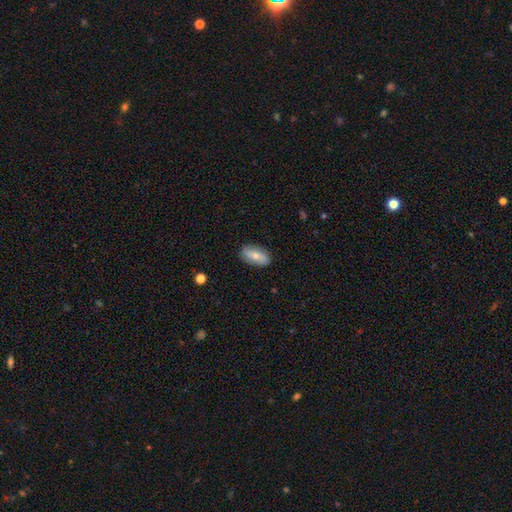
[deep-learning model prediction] smooth-or-featured: smooth: 59% | featured or disk: 34% | star or artifact: 6%
  how-rounded: in between: 89% | cigar-shaped: 7% | round: 4%
  merging: none: 85% | minor disturbance: 11% | major disturbance: 2% | merger: 1%